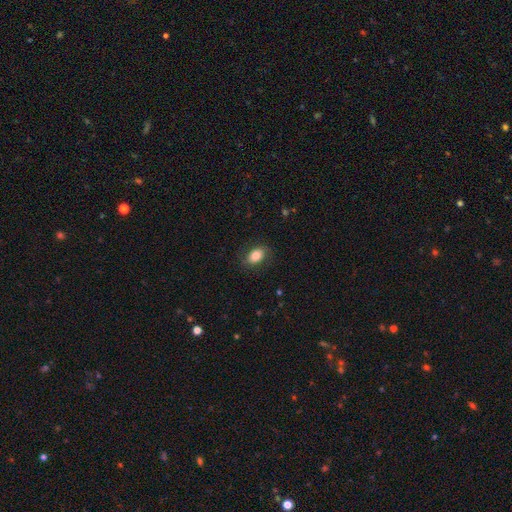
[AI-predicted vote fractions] The model was most divided on "merging": none: 78%, minor disturbance: 15%, major disturbance: 6%, merger: 1%. More confident: how rounded — in between (84%); smooth or featured — smooth (78%).